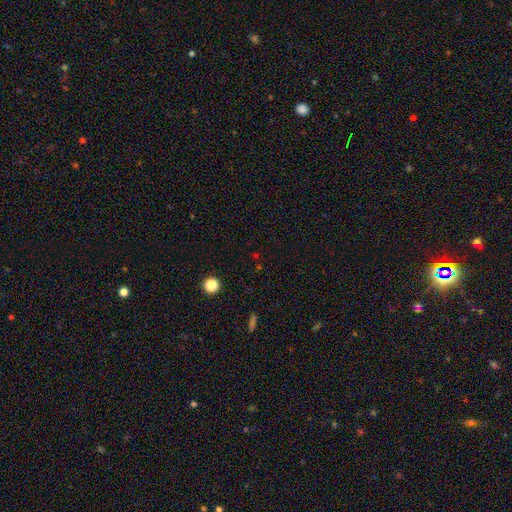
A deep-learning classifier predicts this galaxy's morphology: smooth-or-featured: star or artifact: 59% | smooth: 34% | featured or disk: 7%